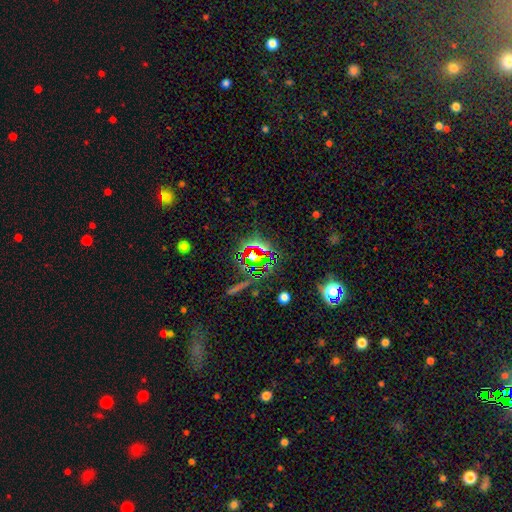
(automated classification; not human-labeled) Overall: star or artifact (69%).